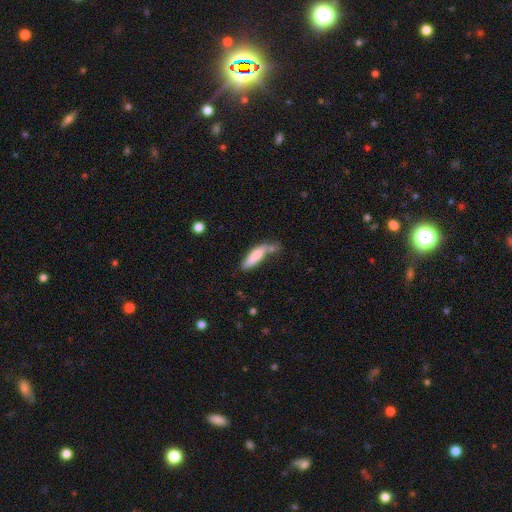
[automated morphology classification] type=smooth (78%); roundness=cigar-shaped (65%); merging=none (48%).